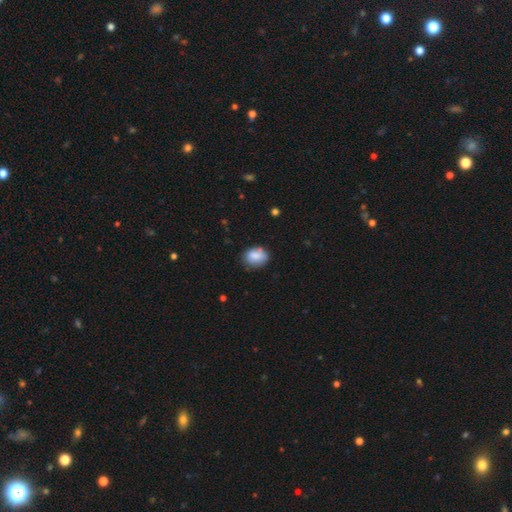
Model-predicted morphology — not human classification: Smooth or featured?
  - smooth: 80% *
  - featured or disk: 12%
  - star or artifact: 8%
How rounded?
  - in between: 56% *
  - round: 43%
  - cigar-shaped: 1%
Merging?
  - none: 67% *
  - minor disturbance: 24%
  - major disturbance: 5%
  - merger: 4%